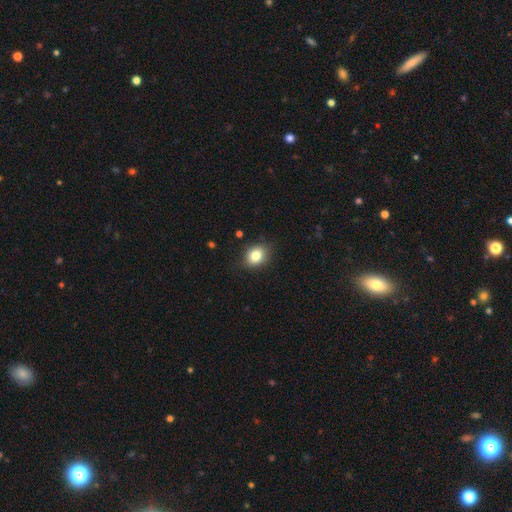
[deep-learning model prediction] Q: Smooth or featured?
A: smooth (81%); runner-up: star or artifact (10%)
Q: How rounded?
A: in between (50%); runner-up: round (49%)
Q: Merging?
A: none (83%); runner-up: minor disturbance (13%)